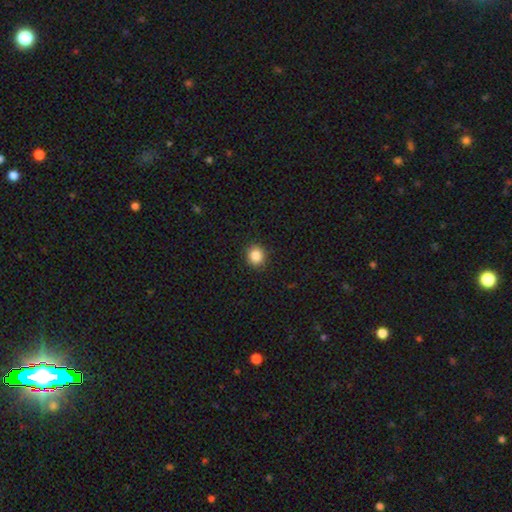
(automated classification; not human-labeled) smooth_or_featured: smooth (p=0.87) [alt: star or artifact p=0.10]
how_rounded: round (p=0.87) [alt: in between p=0.12]
merging: none (p=0.90) [alt: minor disturbance p=0.07]